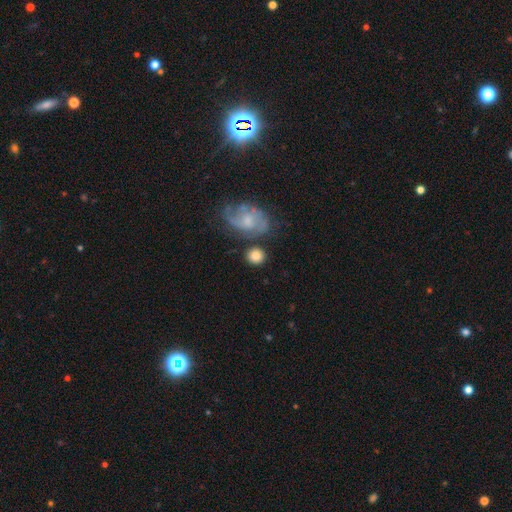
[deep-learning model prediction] Smooth or featured: smooth — 76% (featured or disk — 17%)
How rounded: round — 83% (in between — 16%)
Merging: none — 71% (minor disturbance — 13%)